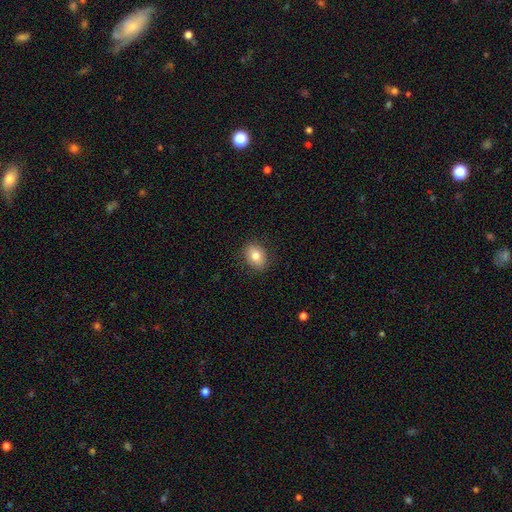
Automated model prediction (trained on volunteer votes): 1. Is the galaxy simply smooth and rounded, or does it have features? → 81% smooth, 10% featured or disk, 9% star or artifact.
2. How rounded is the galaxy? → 64% in between, 35% round, 1% cigar-shaped.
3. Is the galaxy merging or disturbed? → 88% none, 9% minor disturbance, 2% major disturbance, 1% merger.